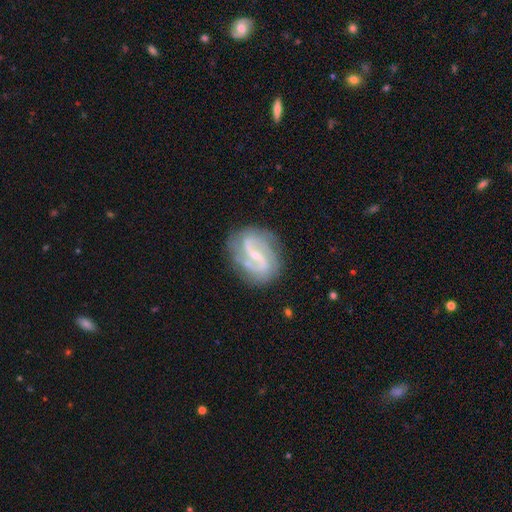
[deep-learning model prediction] Morphology: type=featured or disk (87%); edge-on=no (97%); bar=strong (44%); spiral arms=yes (95%); winding=medium (42%); arm count=2 (83%); bulge=small (70%); merging=none (78%).